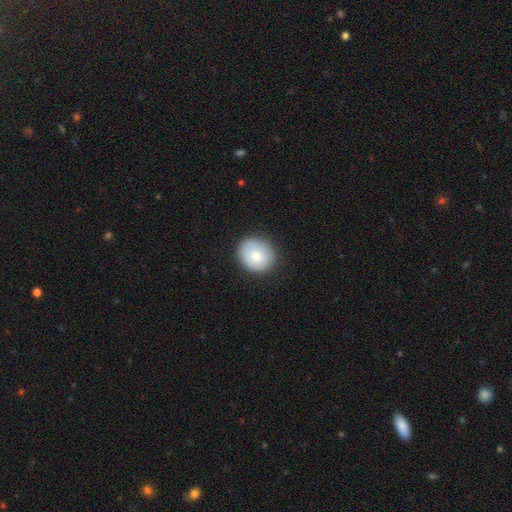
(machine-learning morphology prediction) A smooth galaxy with no disk features (79%) that is round (82%).

Vote fractions:
- Smooth or featured? smooth: 79% / featured or disk: 14% / star or artifact: 7%
- How rounded? round: 82% / in between: 17% / cigar-shaped: 1%
- Merging? none: 86% / minor disturbance: 10% / major disturbance: 3% / merger: 1%